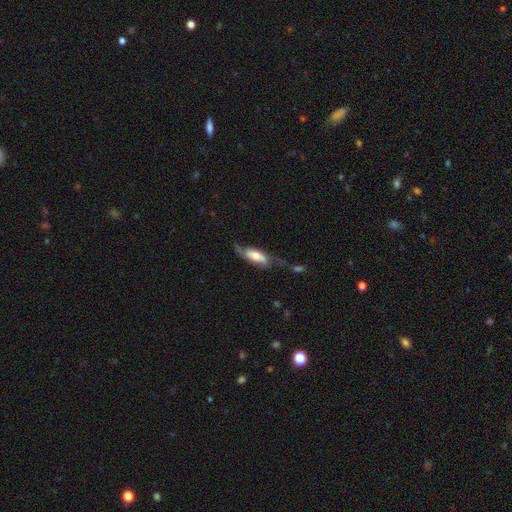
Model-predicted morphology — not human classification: Smooth or featured? Predicted: smooth (p=0.49). Merging? Predicted: none (p=0.41).